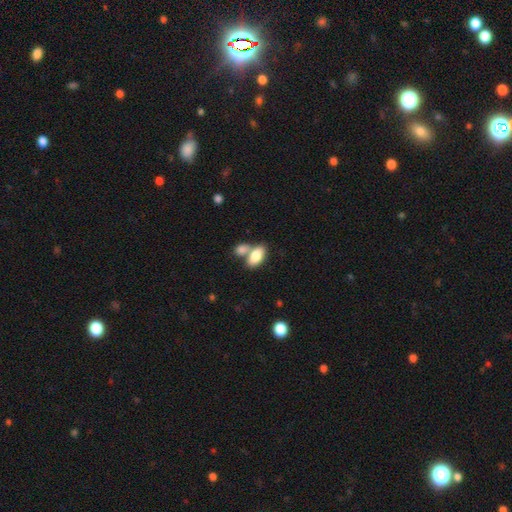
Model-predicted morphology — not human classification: type=smooth (81%); roundness=in between (92%); merging=merger (49%).